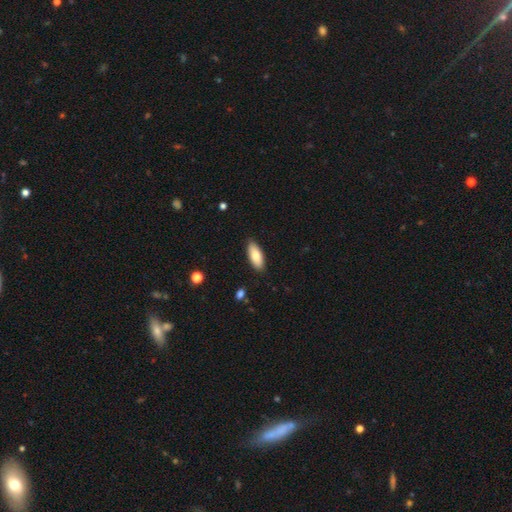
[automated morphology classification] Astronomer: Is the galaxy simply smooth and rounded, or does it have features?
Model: smooth — 80%.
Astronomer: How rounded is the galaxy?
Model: in between — 81%.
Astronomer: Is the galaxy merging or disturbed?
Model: none — 88%.